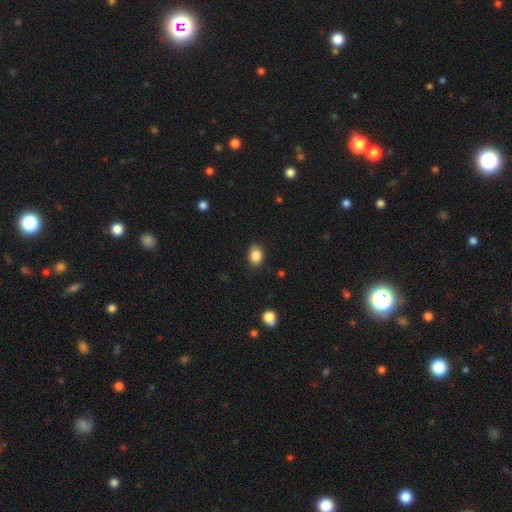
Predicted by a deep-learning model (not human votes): Smooth or featured? smooth (86%)
How rounded? in between (65%)
Merging? none (82%)